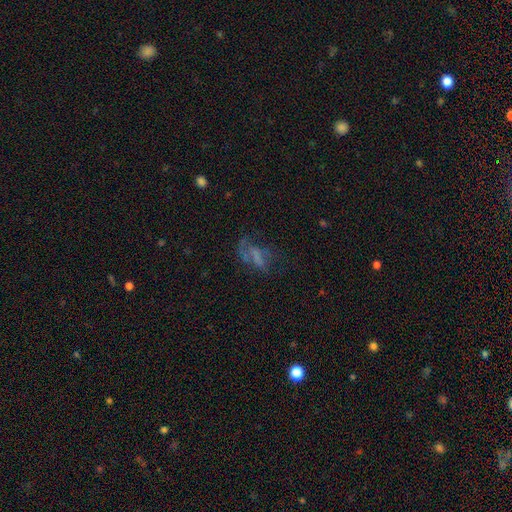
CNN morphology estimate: type=featured or disk (39%); merging=major disturbance (40%).